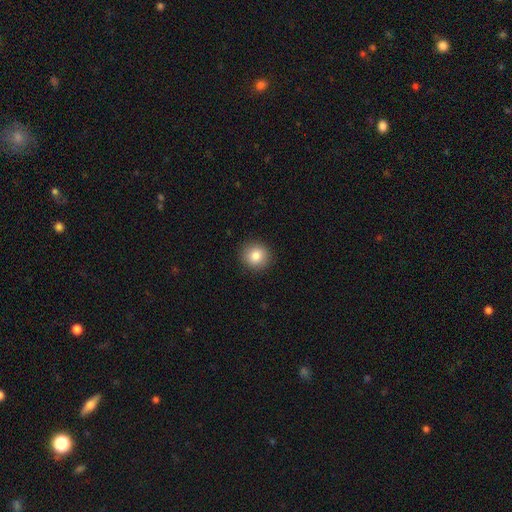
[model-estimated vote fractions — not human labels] Smooth or featured? Predicted: smooth (p=0.83). How rounded? Predicted: round (p=0.90). Merging? Predicted: none (p=0.92).